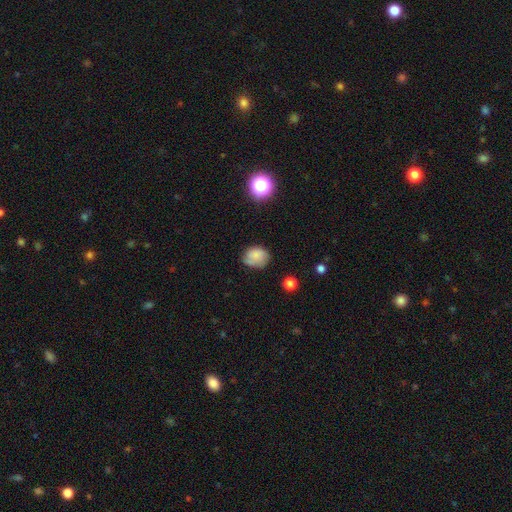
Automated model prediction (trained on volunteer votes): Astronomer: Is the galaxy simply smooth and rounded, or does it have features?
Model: smooth — 73%.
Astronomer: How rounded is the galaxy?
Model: round — 50% (runner-up: in between, 49%).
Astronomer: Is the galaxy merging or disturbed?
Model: none — 61%.